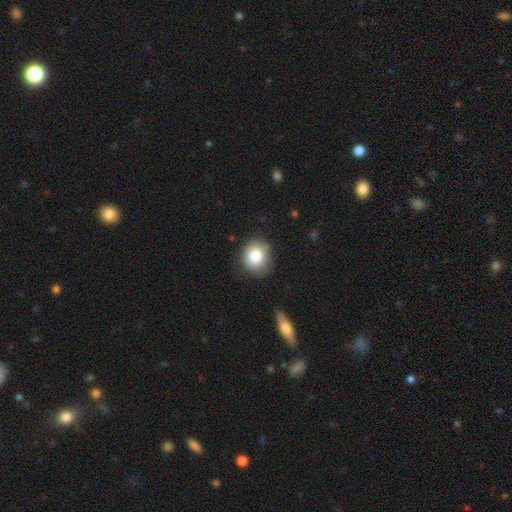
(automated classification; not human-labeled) The model was most divided on "how rounded": round: 78%, in between: 21%, cigar-shaped: 1%. More confident: smooth or featured — smooth (82%); merging — none (75%).